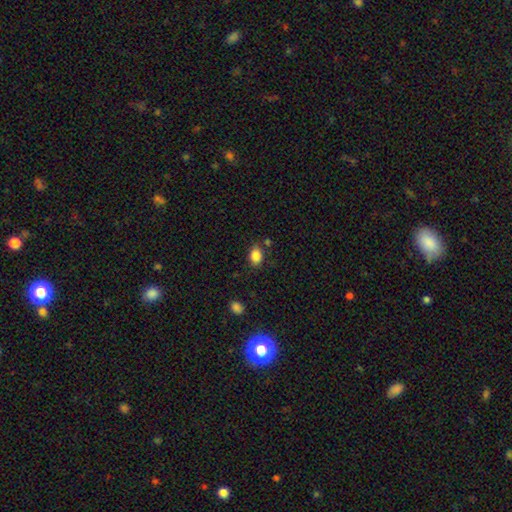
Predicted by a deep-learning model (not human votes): The model was most divided on "how rounded": in between: 70%, round: 29%, cigar-shaped: 1%. More confident: smooth or featured — smooth (85%); merging — none (76%).